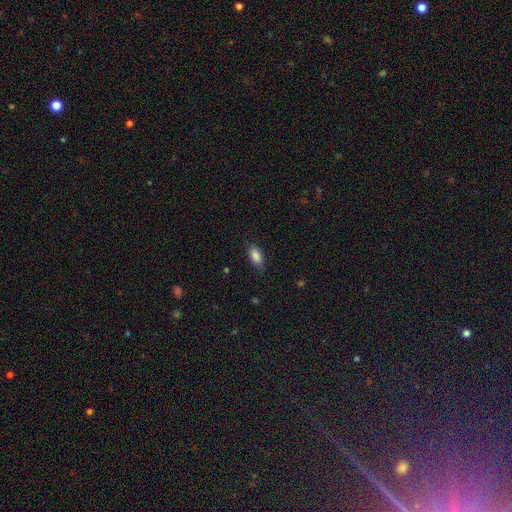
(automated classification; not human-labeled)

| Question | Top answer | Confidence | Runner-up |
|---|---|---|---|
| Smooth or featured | smooth | 87% | star or artifact (7%) |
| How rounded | in between | 88% | cigar-shaped (9%) |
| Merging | none | 78% | minor disturbance (17%) |